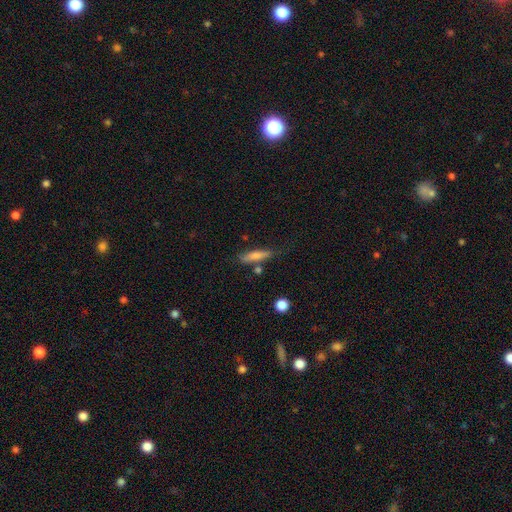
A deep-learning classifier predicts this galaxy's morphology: smooth-or-featured: smooth: 61% | featured or disk: 29% | star or artifact: 9%
  how-rounded: cigar-shaped: 81% | in between: 16% | round: 3%
  merging: none: 70% | minor disturbance: 19% | merger: 6% | major disturbance: 5%